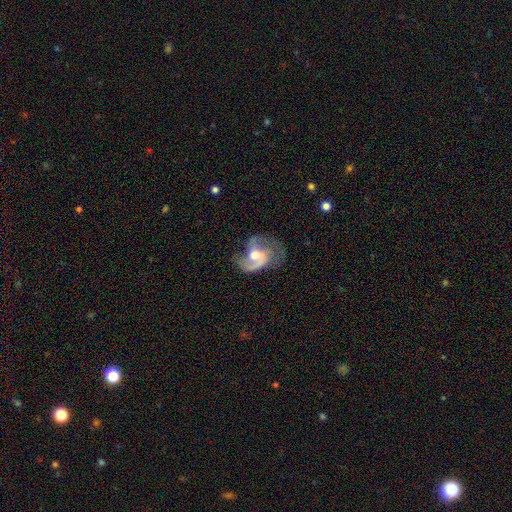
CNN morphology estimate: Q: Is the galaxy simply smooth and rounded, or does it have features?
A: featured or disk — 81%.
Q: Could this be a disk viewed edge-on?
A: no — 98%.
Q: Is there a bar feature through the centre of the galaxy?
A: no — 47%.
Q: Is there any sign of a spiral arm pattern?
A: yes — 92%.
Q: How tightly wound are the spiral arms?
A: medium — 46%.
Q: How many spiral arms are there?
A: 2 — 64%.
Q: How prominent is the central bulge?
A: moderate — 61%.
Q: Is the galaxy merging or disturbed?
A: none — 44%.